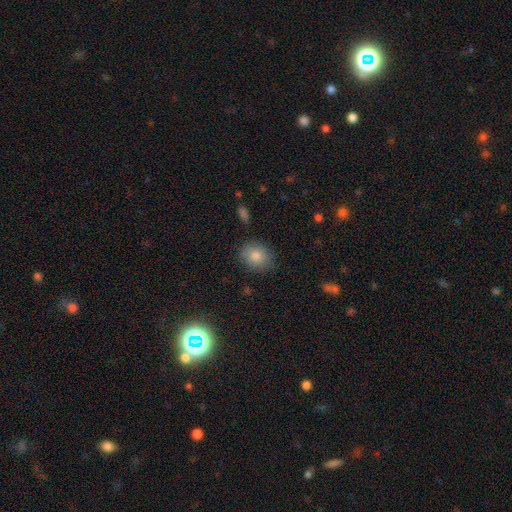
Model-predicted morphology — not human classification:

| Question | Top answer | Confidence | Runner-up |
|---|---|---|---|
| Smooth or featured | smooth | 79% | star or artifact (13%) |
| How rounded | round | 66% | in between (33%) |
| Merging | none | 85% | minor disturbance (11%) |